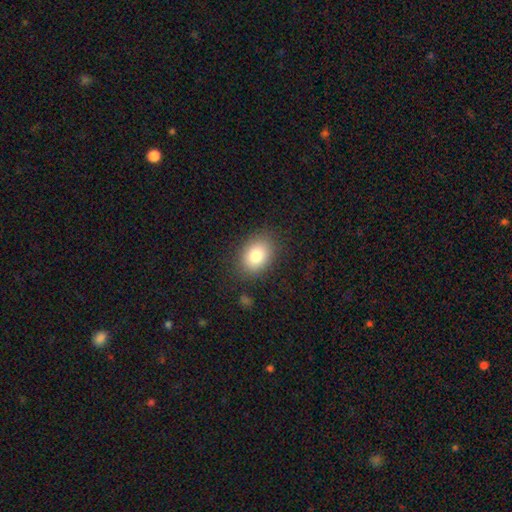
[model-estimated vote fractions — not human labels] Smooth or featured: smooth — 81% (featured or disk — 10%)
How rounded: in between — 69% (round — 30%)
Merging: none — 83% (minor disturbance — 11%)